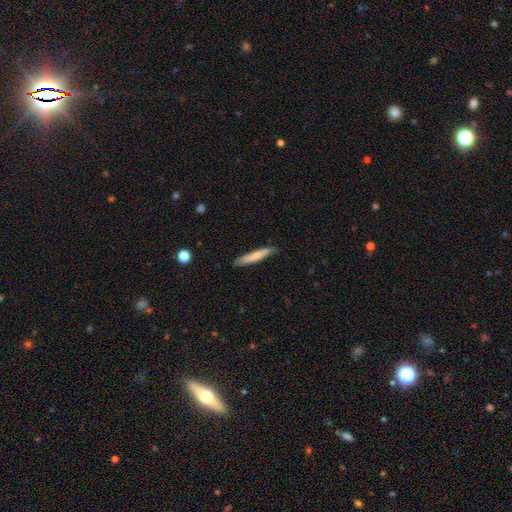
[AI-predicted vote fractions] Smooth or featured: smooth — 70% (featured or disk — 24%)
How rounded: cigar-shaped — 93% (in between — 6%)
Merging: none — 85% (minor disturbance — 12%)